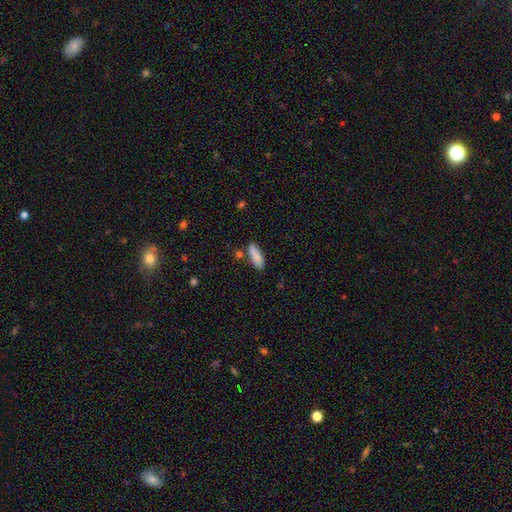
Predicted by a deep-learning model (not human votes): This appears to be a smooth galaxy with no disk features (85%) that is in between round and cigar-shaped (63%). Merging: none (71%).